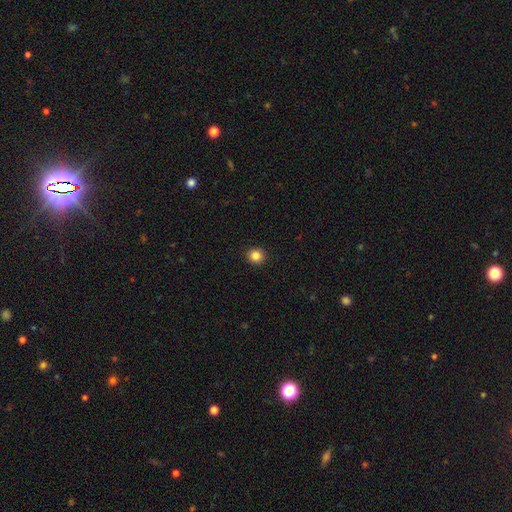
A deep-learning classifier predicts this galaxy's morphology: This appears to be a smooth galaxy with no disk features (84%) that is round (92%). Merging: none (93%).